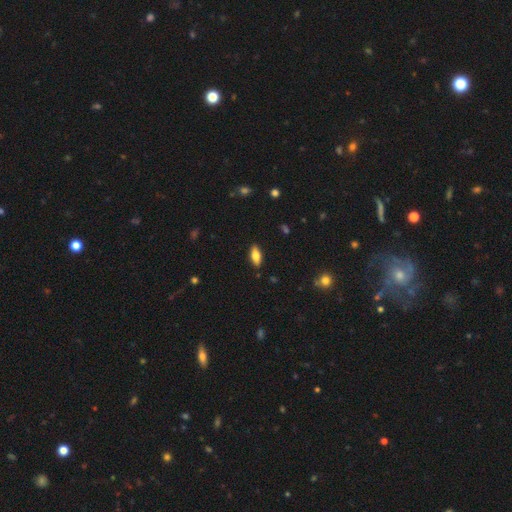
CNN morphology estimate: This appears to be a smooth galaxy with no disk features (74%) that is in between round and cigar-shaped (78%). Merging: none (88%).